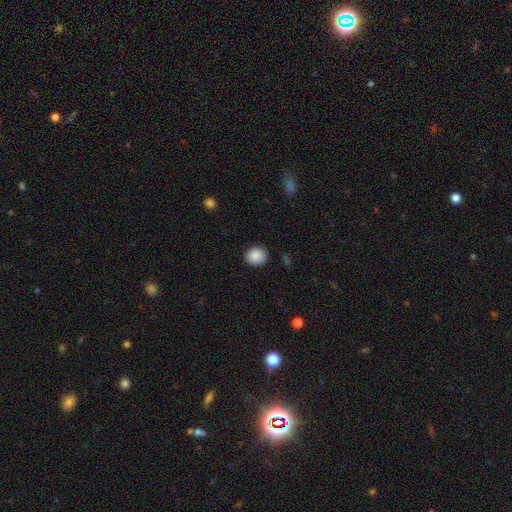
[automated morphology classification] Overall: smooth (89%). How rounded: round (82%). Merging: none (88%).